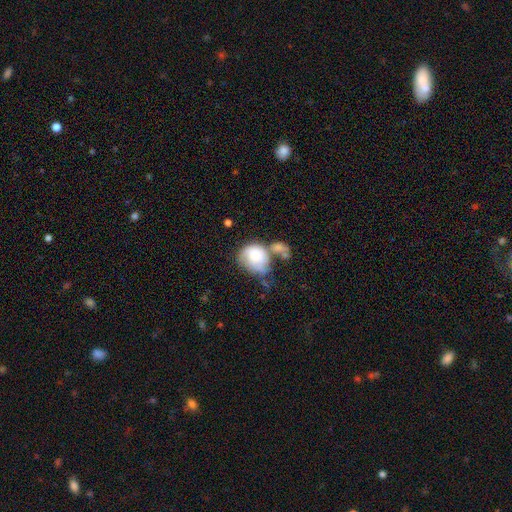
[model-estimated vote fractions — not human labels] Smooth or featured?
  - smooth: 67% *
  - featured or disk: 26%
  - star or artifact: 7%
How rounded?
  - round: 62% *
  - in between: 37%
  - cigar-shaped: 1%
Merging?
  - merger: 42% *
  - major disturbance: 20%
  - minor disturbance: 19%
  - none: 19%